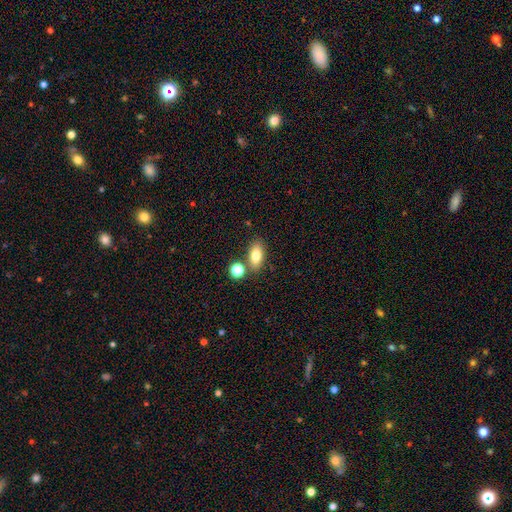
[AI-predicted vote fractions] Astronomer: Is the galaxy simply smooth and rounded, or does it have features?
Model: smooth — 79%.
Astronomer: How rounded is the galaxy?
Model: in between — 84%.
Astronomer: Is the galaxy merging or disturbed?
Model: none — 73%.